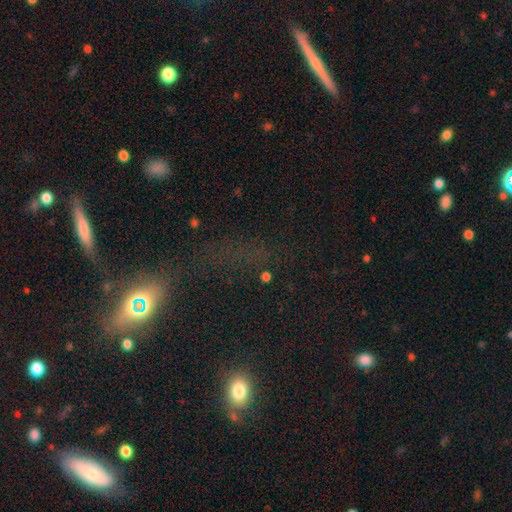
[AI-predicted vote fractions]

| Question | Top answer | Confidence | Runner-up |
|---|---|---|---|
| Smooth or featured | smooth | 39% | tied: star or artifact (39%) |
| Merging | none | 57% | major disturbance (19%) |